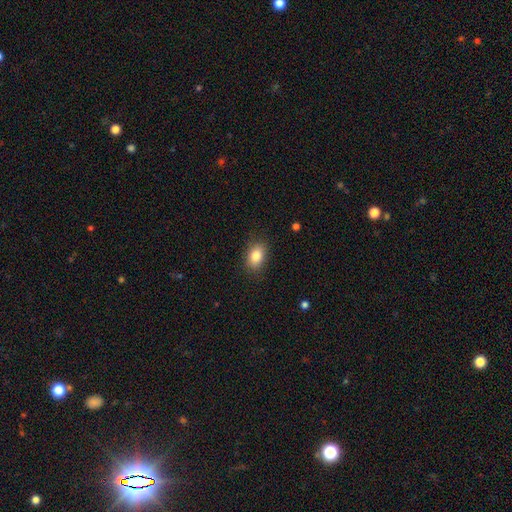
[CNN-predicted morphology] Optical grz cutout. It shows a smooth galaxy with no disk features (84%) that is in between round and cigar-shaped (78%). Merging: none (86%).